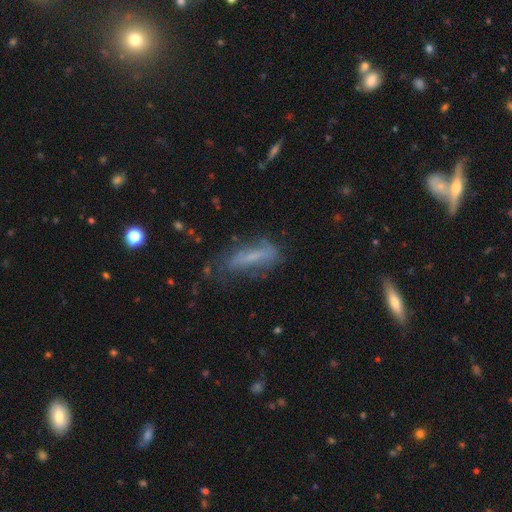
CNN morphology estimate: smooth 45%, featured or disk 42%, star or artifact 13%. Down the decision tree: merging — none (54%).